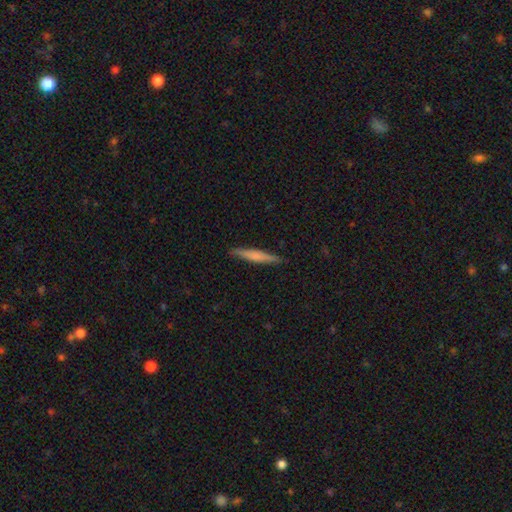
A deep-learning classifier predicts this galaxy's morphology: smooth_or_featured: smooth (p=0.56) [alt: featured or disk p=0.38]
how_rounded: cigar-shaped (p=0.94) [alt: in between p=0.05]
merging: none (p=0.89) [alt: minor disturbance p=0.08]